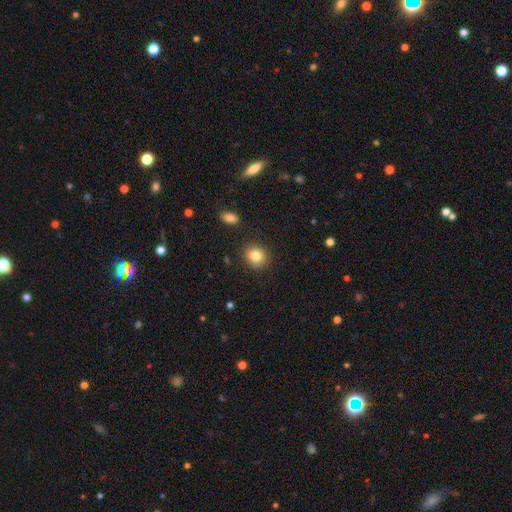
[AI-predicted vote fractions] A smooth galaxy with no disk features (82%) that is round (78%). Merging: none (87%).